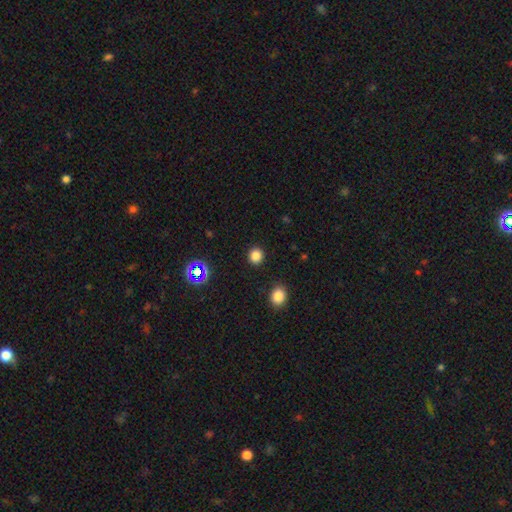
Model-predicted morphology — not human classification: A smooth galaxy with no disk features (82%) that is round (90%).

Vote fractions:
- Smooth or featured? smooth: 82% / star or artifact: 15% / featured or disk: 4%
- How rounded? round: 90% / in between: 9% / cigar-shaped: 1%
- Merging? none: 91% / minor disturbance: 5% / major disturbance: 2% / merger: 2%